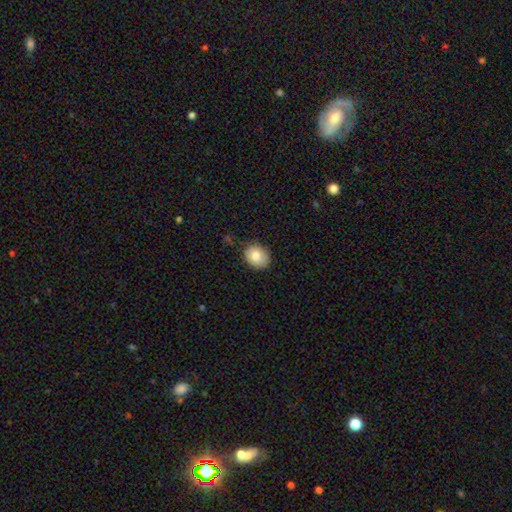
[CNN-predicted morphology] smooth-or-featured: smooth: 81% | featured or disk: 10% | star or artifact: 8%
  how-rounded: round: 52% | in between: 47% | cigar-shaped: 1%
  merging: none: 80% | minor disturbance: 16% | major disturbance: 3% | merger: 1%